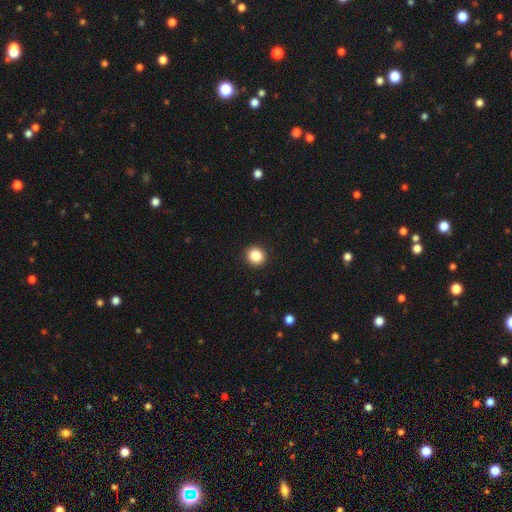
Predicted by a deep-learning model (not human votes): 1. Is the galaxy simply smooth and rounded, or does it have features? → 86% smooth, 10% star or artifact, 4% featured or disk.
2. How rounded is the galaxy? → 91% round, 8% in between, 1% cigar-shaped.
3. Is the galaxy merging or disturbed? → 93% none, 5% minor disturbance, 2% major disturbance, 1% merger.